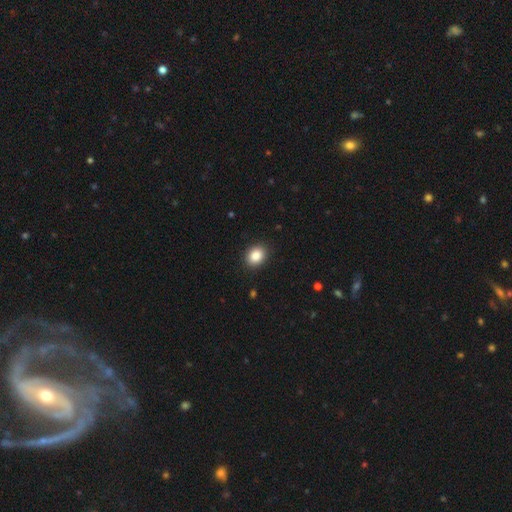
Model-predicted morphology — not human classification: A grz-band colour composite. It shows a smooth galaxy with no disk features (88%) that is in between round and cigar-shaped (55%). Merging: none (89%).